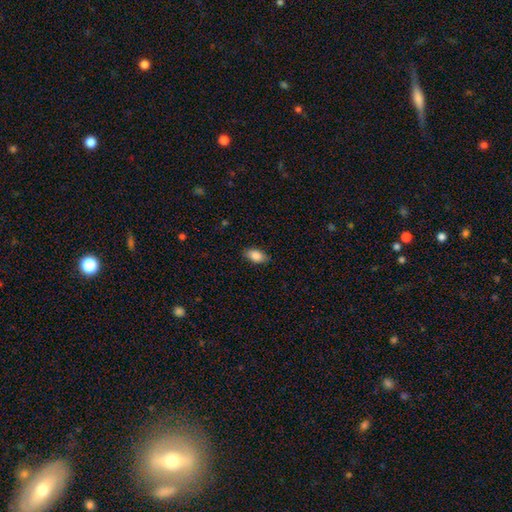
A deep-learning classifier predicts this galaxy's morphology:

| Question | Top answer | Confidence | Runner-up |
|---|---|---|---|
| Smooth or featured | smooth | 87% | star or artifact (7%) |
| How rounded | in between | 91% | round (6%) |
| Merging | none | 84% | minor disturbance (12%) |